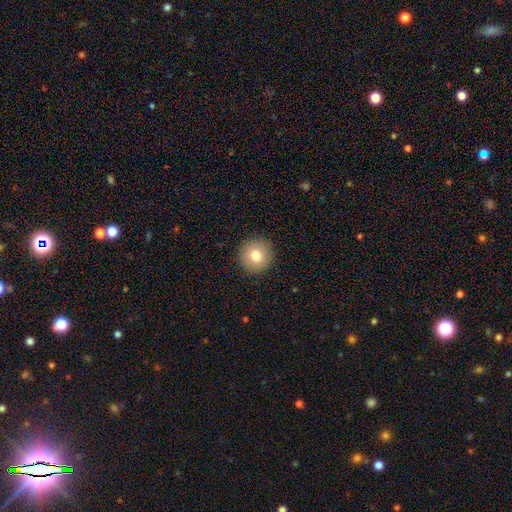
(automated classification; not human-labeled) Smooth or featured?
  - smooth: 78% *
  - featured or disk: 12%
  - star or artifact: 10%
How rounded?
  - round: 95% *
  - in between: 4%
  - cigar-shaped: 1%
Merging?
  - none: 92% *
  - minor disturbance: 5%
  - major disturbance: 2%
  - merger: 1%